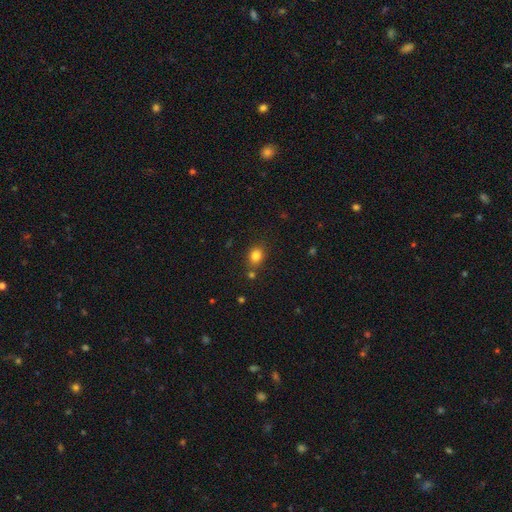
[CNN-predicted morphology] This appears to be a smooth galaxy with no disk features (82%) that is round (58%). Merging: none (76%).